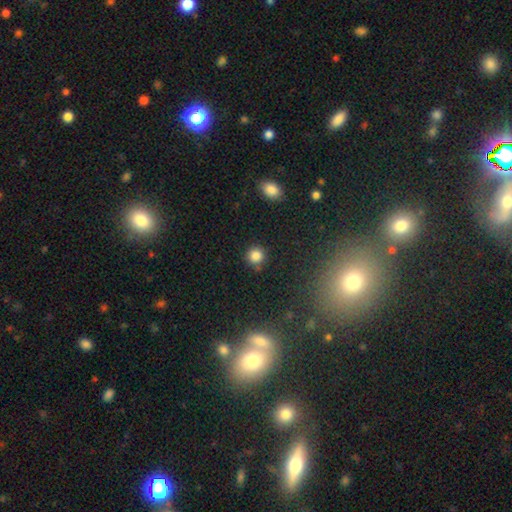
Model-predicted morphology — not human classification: smooth-or-featured: smooth: 83% | star or artifact: 12% | featured or disk: 5%
  how-rounded: round: 92% | in between: 7% | cigar-shaped: 1%
  merging: none: 83% | minor disturbance: 10% | merger: 4% | major disturbance: 3%